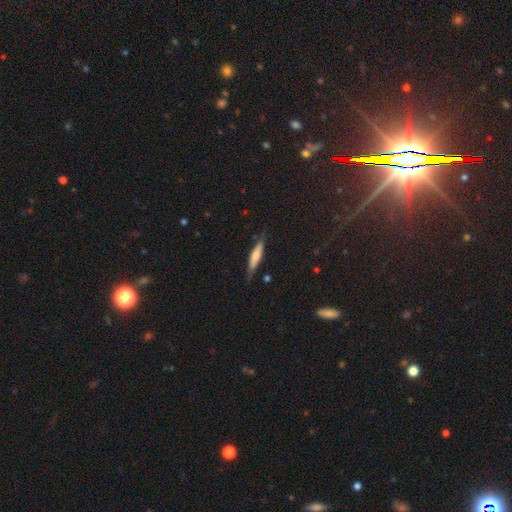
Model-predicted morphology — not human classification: A smooth galaxy with no disk features (60%) that is cigar-shaped (84%).

Vote fractions:
- Smooth or featured? smooth: 60% / featured or disk: 33% / star or artifact: 6%
- How rounded? cigar-shaped: 84% / in between: 15% / round: 2%
- Merging? none: 76% / minor disturbance: 19% / major disturbance: 4% / merger: 2%